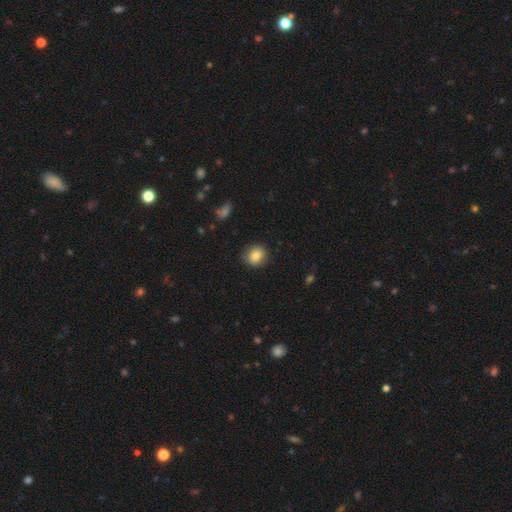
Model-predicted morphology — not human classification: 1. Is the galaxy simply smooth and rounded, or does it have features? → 82% smooth, 9% star or artifact, 9% featured or disk.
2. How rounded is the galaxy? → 77% round, 22% in between, 1% cigar-shaped.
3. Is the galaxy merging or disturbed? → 85% none, 11% minor disturbance, 3% major disturbance, 1% merger.